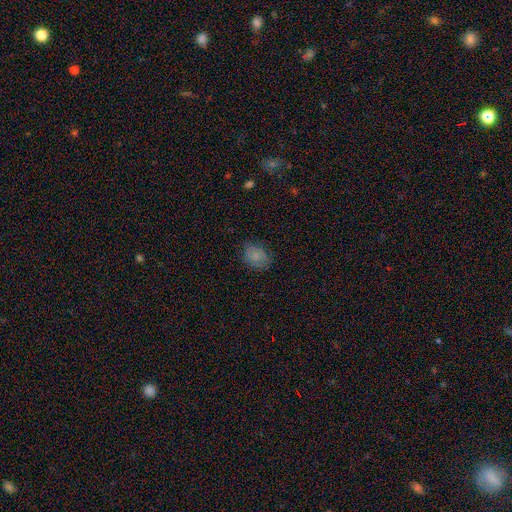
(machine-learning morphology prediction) type=smooth (82%); roundness=in between (52%); merging=none (78%).